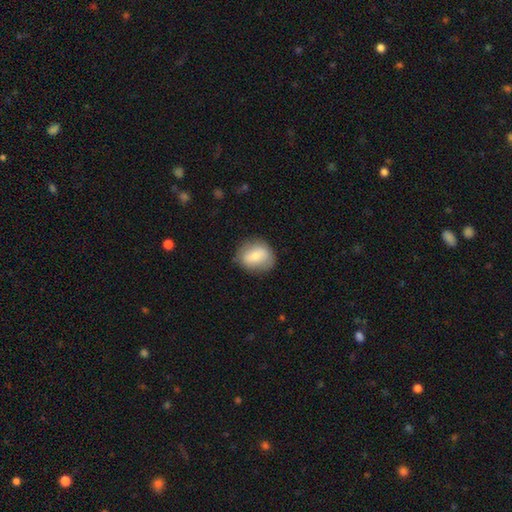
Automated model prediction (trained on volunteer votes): This is likely a smooth galaxy (73%). How rounded: possibly round (58%). Merging: likely none (76%).